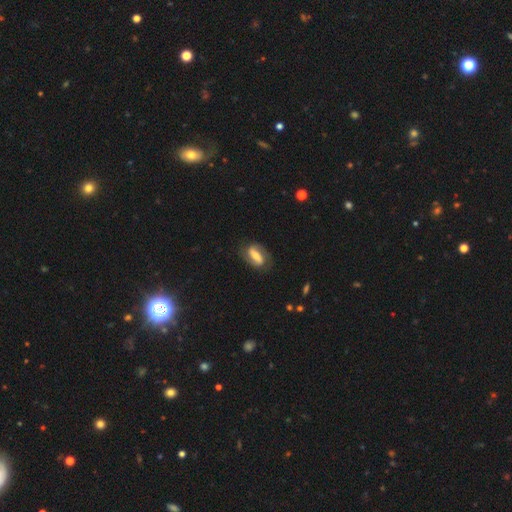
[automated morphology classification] A featured or disk galaxy (69%) with a strong bar (58%), 2 (86%) medium (41%) spiral arms (86%) and a moderate central bulge (41%). Merging: none (76%).